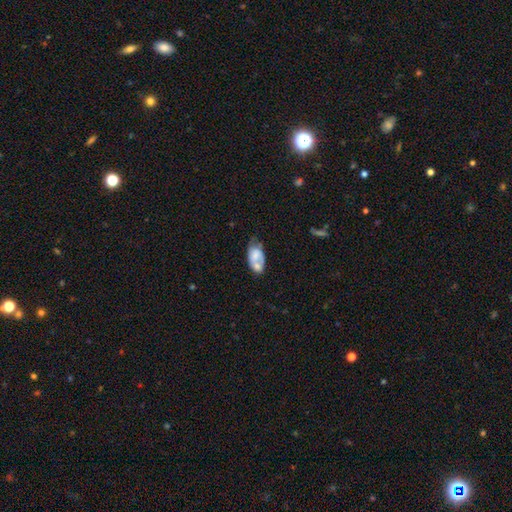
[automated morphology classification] This appears to be a smooth galaxy with no disk features (58%) that is in between round and cigar-shaped (91%). Merging: merger (34%).